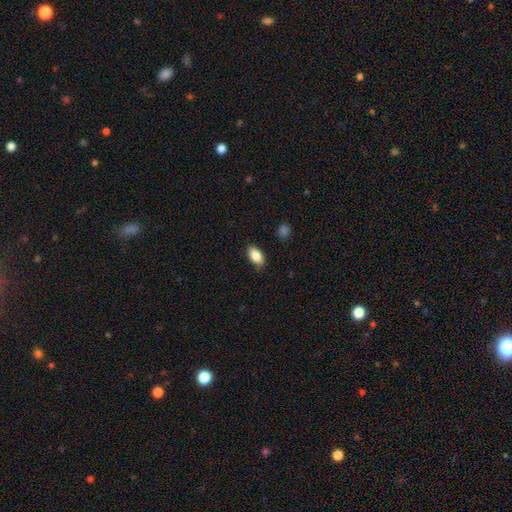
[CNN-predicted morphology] The model was most divided on "merging": none: 83%, minor disturbance: 13%, major disturbance: 2%, merger: 1%. More confident: how rounded — in between (92%); smooth or featured — smooth (86%).